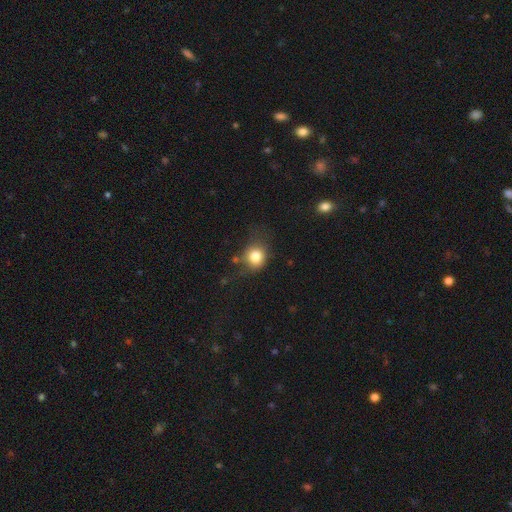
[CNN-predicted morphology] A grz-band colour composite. It shows a smooth galaxy with no disk features (80%) that is round (73%). Merging: none (61%).